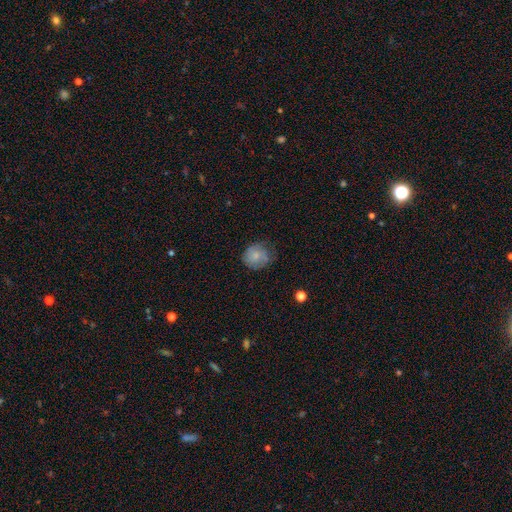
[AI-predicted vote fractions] The model was most divided on "merging": none: 57%, minor disturbance: 30%, major disturbance: 11%, merger: 1%. More confident: how rounded — round (76%); smooth or featured — smooth (73%).